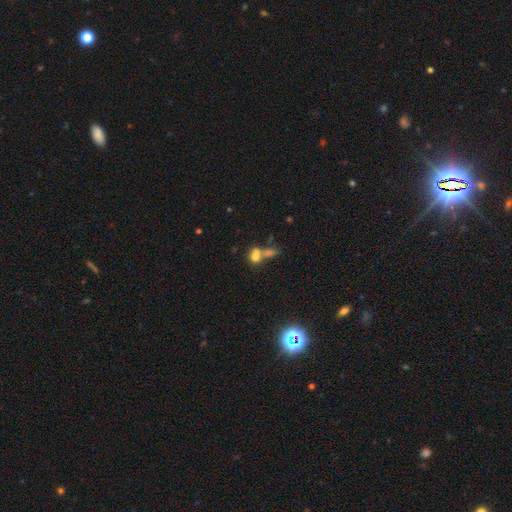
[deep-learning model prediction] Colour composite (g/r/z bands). It shows a smooth galaxy with no disk features (65%) that is round (52%). Merging: merger (64%).